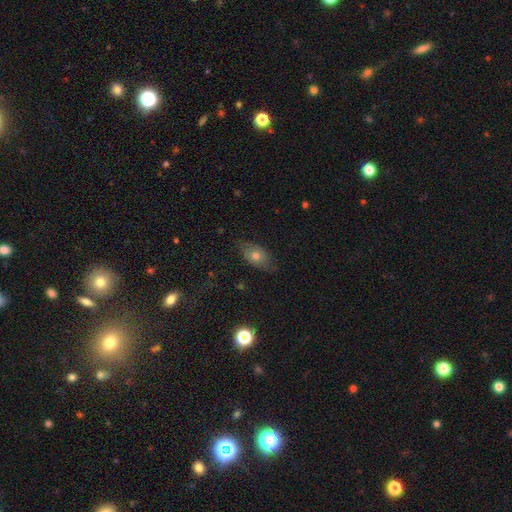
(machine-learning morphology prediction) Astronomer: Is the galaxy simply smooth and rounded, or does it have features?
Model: smooth — 66%.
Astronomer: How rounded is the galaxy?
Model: in between — 84%.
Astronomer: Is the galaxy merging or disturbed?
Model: none — 73%.